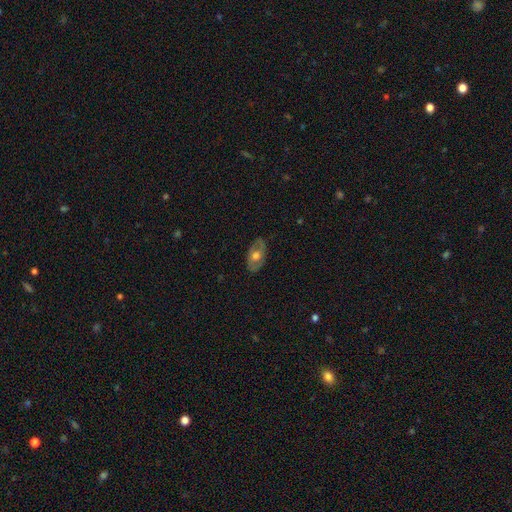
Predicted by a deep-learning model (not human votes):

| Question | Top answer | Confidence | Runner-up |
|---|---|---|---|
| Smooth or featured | featured or disk | 47% | tied: smooth (47%) |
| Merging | none | 79% | minor disturbance (16%) |